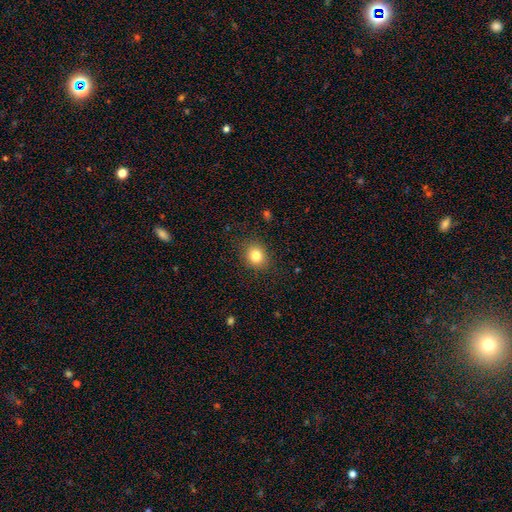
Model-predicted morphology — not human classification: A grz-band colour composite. It shows a smooth galaxy with no disk features (81%) that is round (73%). Merging: none (87%).